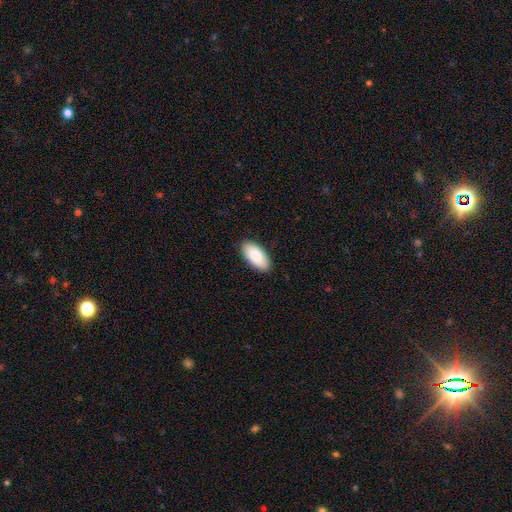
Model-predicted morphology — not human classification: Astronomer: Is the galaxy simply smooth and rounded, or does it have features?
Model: smooth — 88%.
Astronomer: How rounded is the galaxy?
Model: in between — 94%.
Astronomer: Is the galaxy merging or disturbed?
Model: none — 89%.